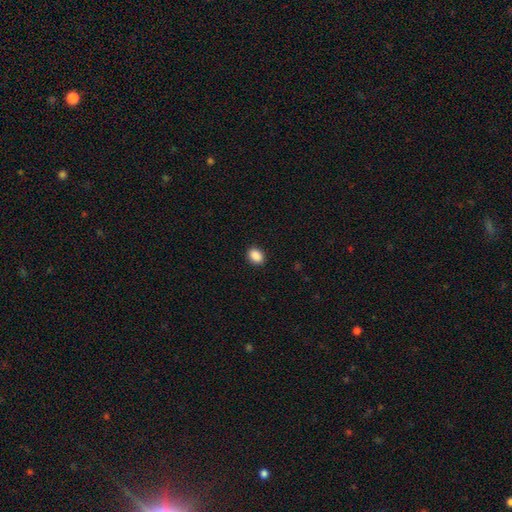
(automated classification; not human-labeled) Morphology: type=smooth (89%); roundness=in between (65%); merging=none (90%).